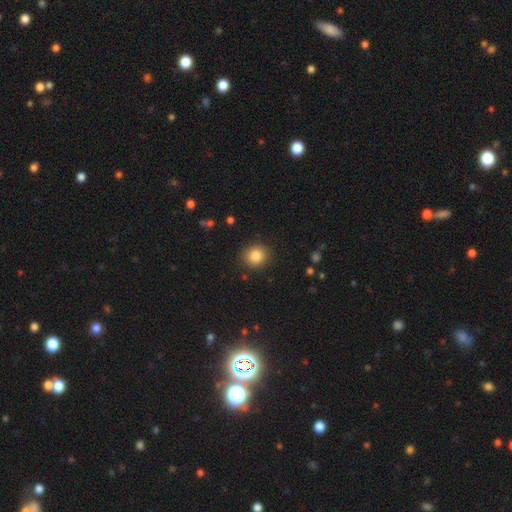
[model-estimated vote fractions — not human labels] Smooth or featured? Predicted: smooth (p=0.85). How rounded? Predicted: round (p=0.83). Merging? Predicted: none (p=0.89).